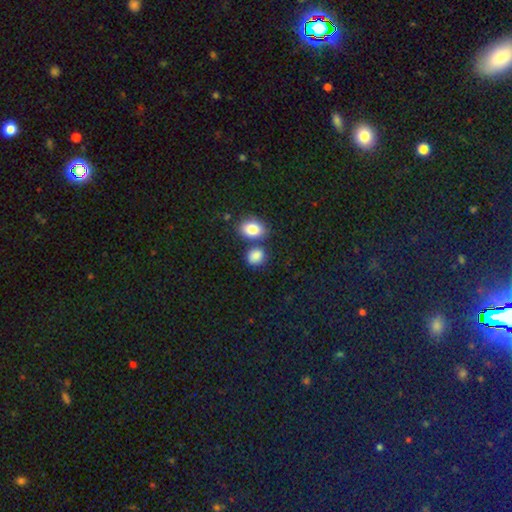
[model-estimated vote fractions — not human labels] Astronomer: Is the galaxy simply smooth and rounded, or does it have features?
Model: smooth — 85%.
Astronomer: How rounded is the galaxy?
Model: round — 55% (runner-up: in between, 44%).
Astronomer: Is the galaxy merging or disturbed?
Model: none — 64%.